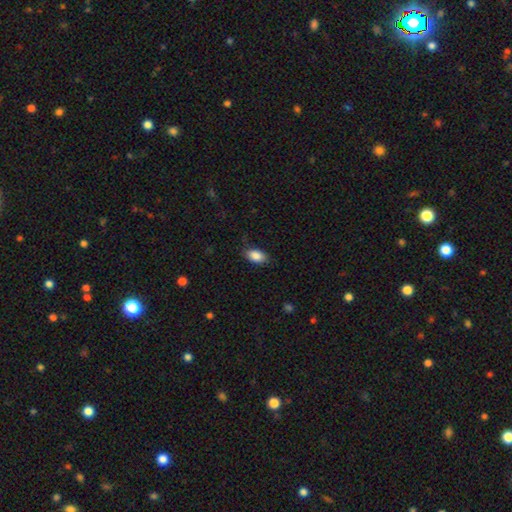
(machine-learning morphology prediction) Smooth or featured: smooth — 88% (star or artifact — 7%)
How rounded: in between — 92% (round — 6%)
Merging: none — 81% (minor disturbance — 15%)